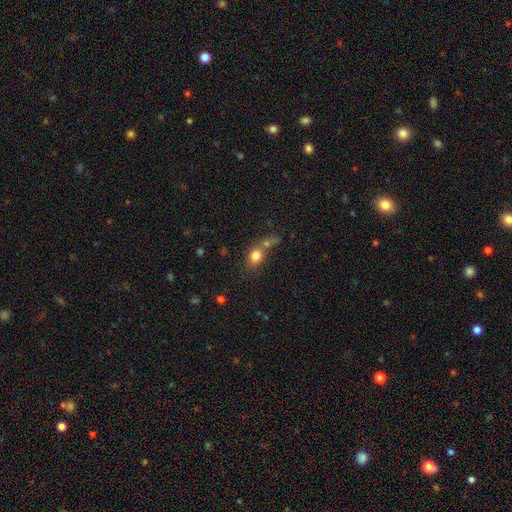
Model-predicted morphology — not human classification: This appears to be a smooth galaxy with no disk features (79%) that is round (49%, tied with in between). Merging: none (45%).